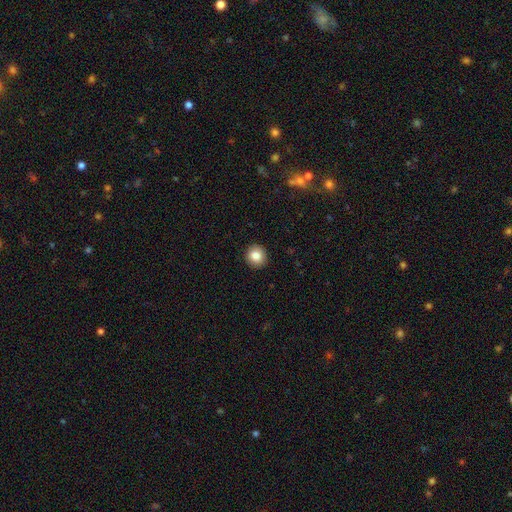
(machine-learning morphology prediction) A smooth galaxy with no disk features (84%) that is round (91%).

Vote fractions:
- Smooth or featured? smooth: 84% / star or artifact: 9% / featured or disk: 7%
- How rounded? round: 91% / in between: 8% / cigar-shaped: 1%
- Merging? none: 92% / minor disturbance: 5% / major disturbance: 2% / merger: 1%